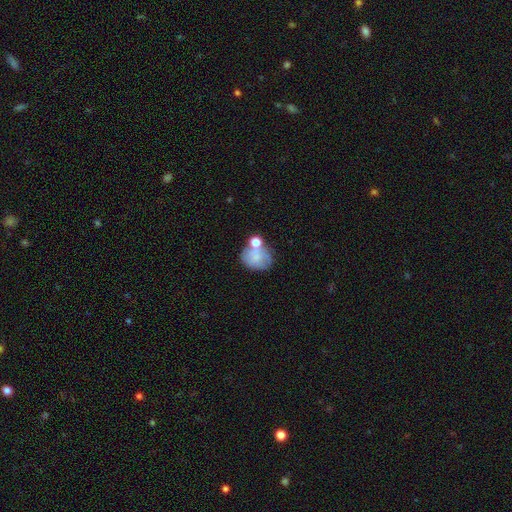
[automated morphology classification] Smooth or featured: smooth — 66% (featured or disk — 23%)
How rounded: round — 58% (in between — 41%)
Merging: none — 44% (merger — 25%)